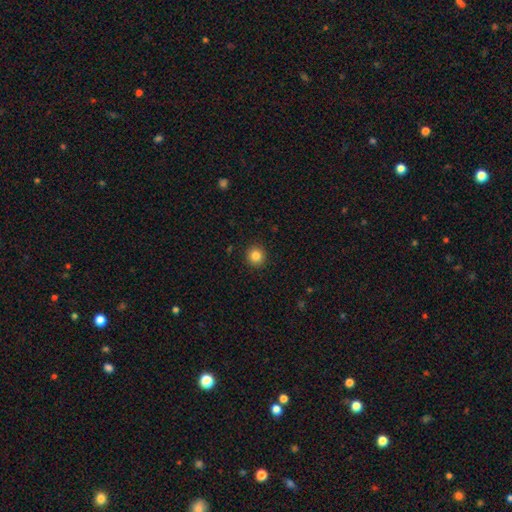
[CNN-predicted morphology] smooth 83%, star or artifact 11%, featured or disk 5%. Down the decision tree: how rounded — round (95%); merging — none (92%).